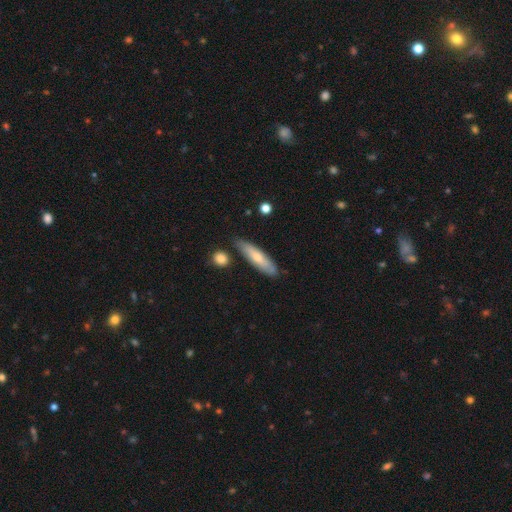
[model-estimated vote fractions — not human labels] smooth_or_featured: smooth (p=0.60) [alt: featured or disk p=0.34]
how_rounded: cigar-shaped (p=0.74) [alt: in between p=0.24]
merging: none (p=0.79) [alt: minor disturbance p=0.14]